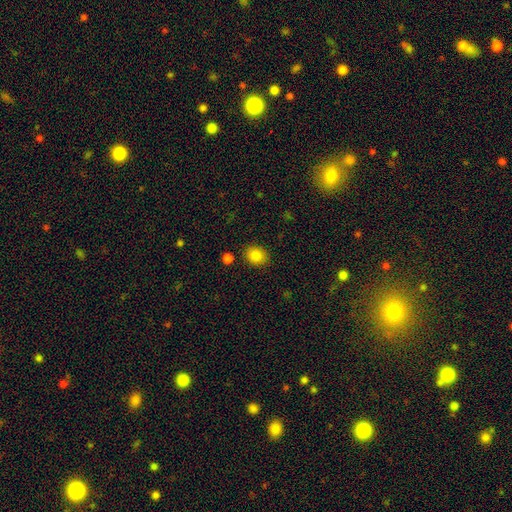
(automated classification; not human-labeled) Overall: smooth (85%). How rounded: round (64%; in between 35%). Merging: none (87%).